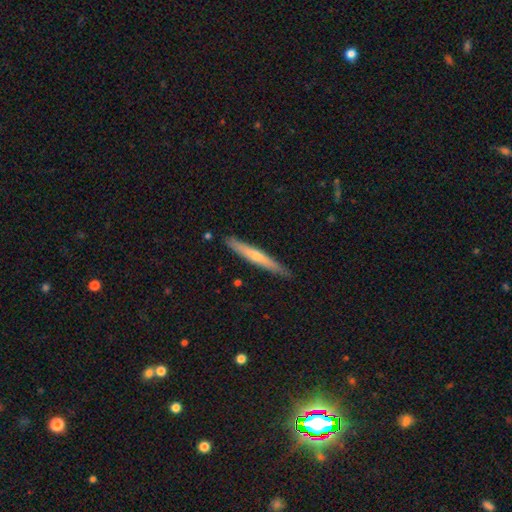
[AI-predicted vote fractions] Overall: smooth (48%; featured or disk 47%). Merging: none (87%).